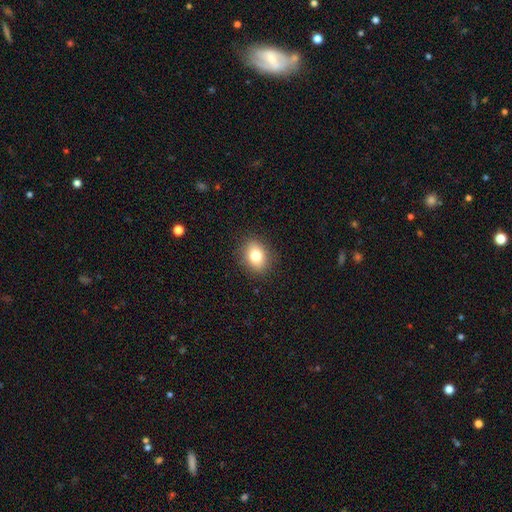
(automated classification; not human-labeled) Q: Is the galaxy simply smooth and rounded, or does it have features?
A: smooth — 79%.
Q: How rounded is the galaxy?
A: in between — 59%.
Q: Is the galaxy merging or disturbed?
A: none — 88%.